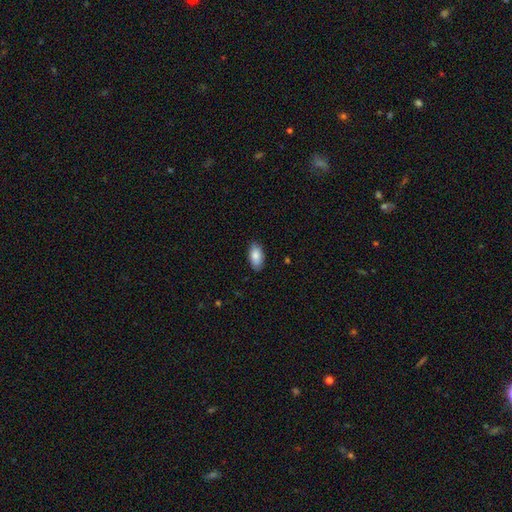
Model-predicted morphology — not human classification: smooth 86%, featured or disk 8%, star or artifact 6%. Down the decision tree: how rounded — in between (94%); merging — none (86%).